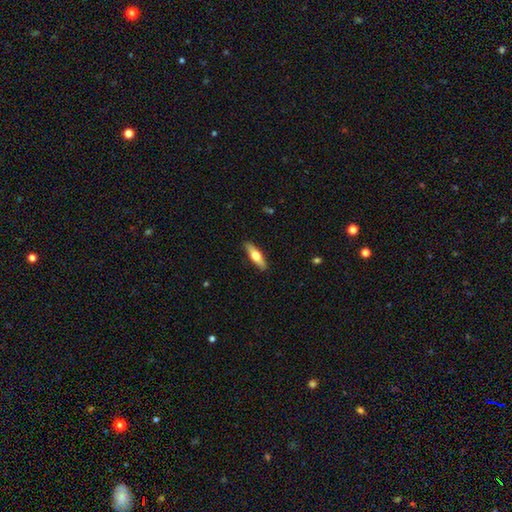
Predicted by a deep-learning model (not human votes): smooth-or-featured: smooth: 56% | featured or disk: 38% | star or artifact: 5%
  how-rounded: cigar-shaped: 59% | in between: 39% | round: 2%
  merging: none: 89% | minor disturbance: 8% | major disturbance: 2% | merger: 1%